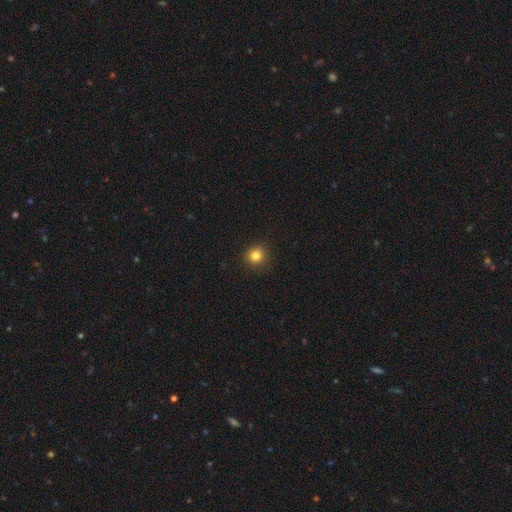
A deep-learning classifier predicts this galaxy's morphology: smooth_or_featured: smooth (p=0.82) [alt: star or artifact p=0.13]
how_rounded: round (p=0.91) [alt: in between p=0.08]
merging: none (p=0.90) [alt: minor disturbance p=0.07]